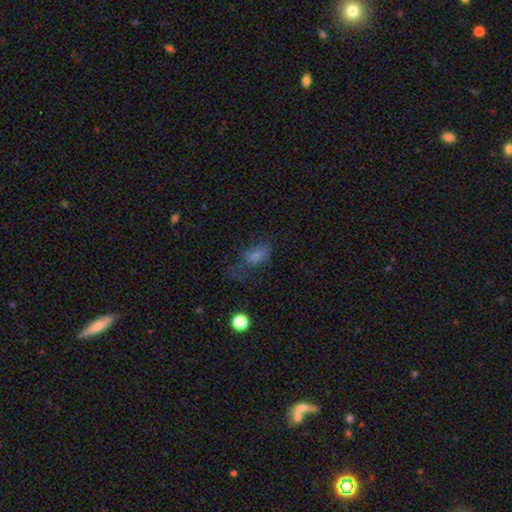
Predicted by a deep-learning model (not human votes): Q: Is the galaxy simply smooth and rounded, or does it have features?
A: smooth — 69%.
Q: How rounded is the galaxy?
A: in between — 83%.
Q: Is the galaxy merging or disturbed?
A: none — 38%.